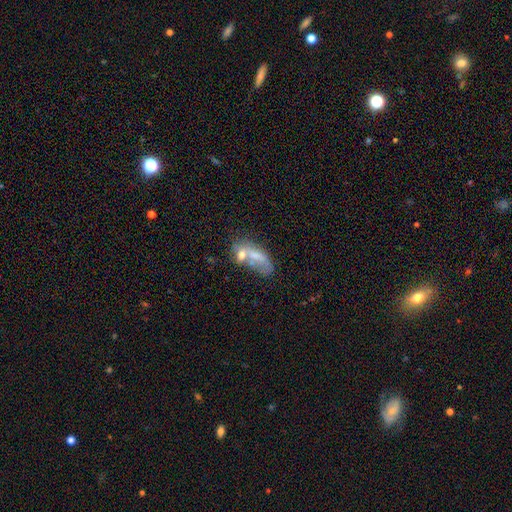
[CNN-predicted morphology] This is possibly a smooth galaxy (58%). How rounded: likely in between (78%). Merging: marginally merger (45%).